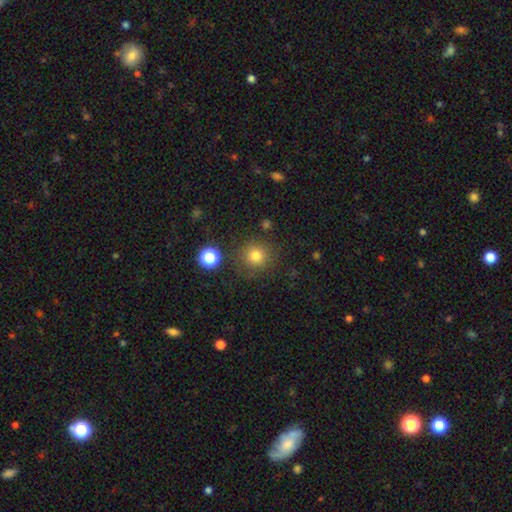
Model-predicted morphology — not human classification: This is likely a smooth galaxy (78%). How rounded: clearly round (92%). Merging: clearly none (83%).